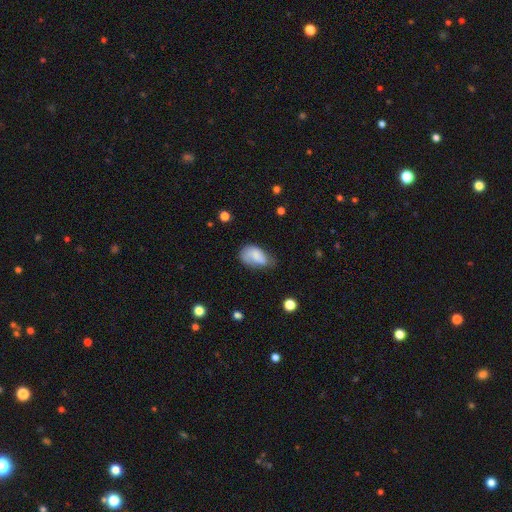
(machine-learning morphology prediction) smooth 75%, featured or disk 18%, star or artifact 8%. Down the decision tree: how rounded — in between (91%); merging — minor disturbance (39%).